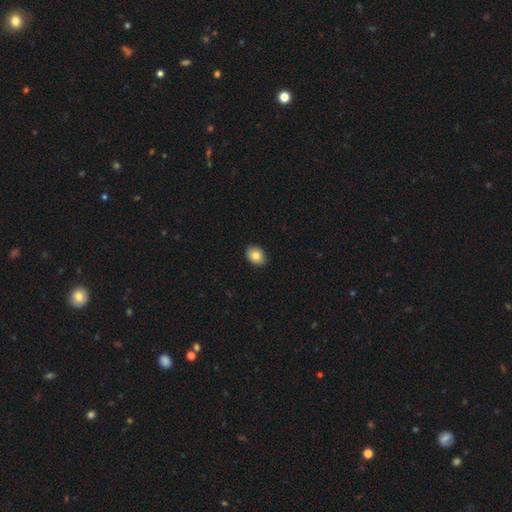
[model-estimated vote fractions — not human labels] Smooth or featured? Predicted: smooth (p=0.82). How rounded? Predicted: in between (p=0.65). Merging? Predicted: none (p=0.90).